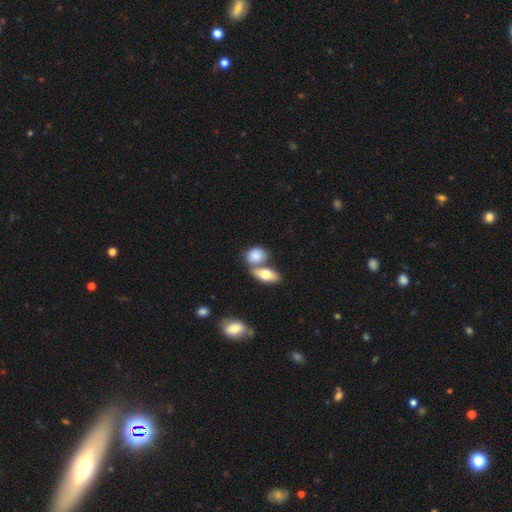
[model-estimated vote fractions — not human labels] Overall: smooth (80%). How rounded: in between (70%). Merging: none (42%, tied with merger).